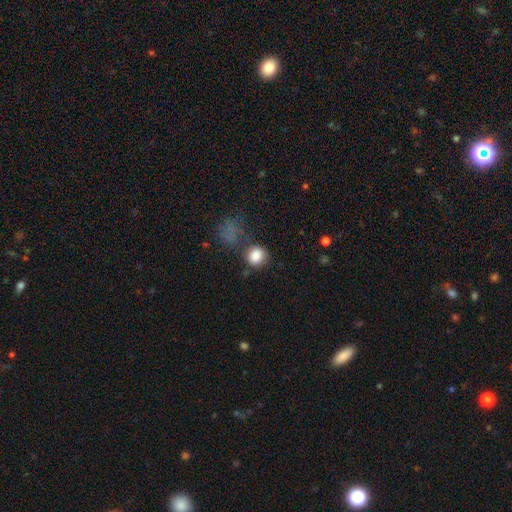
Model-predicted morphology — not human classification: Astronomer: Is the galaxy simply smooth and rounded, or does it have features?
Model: smooth — 84%.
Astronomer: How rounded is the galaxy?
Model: round — 78%.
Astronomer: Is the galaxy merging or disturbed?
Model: none — 62%.